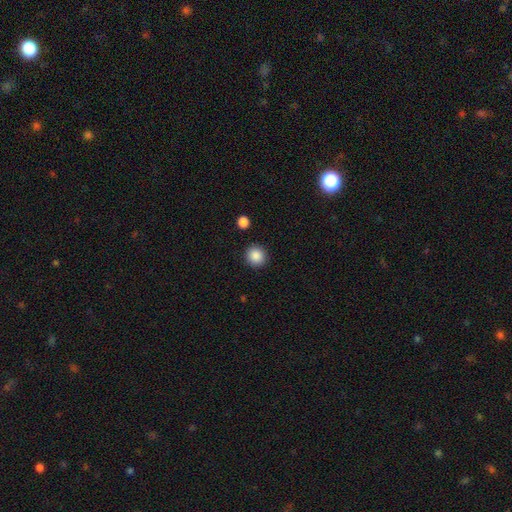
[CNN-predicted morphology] smooth-or-featured: smooth: 88% | star or artifact: 9% | featured or disk: 3%
  how-rounded: round: 88% | in between: 11% | cigar-shaped: 1%
  merging: none: 90% | minor disturbance: 6% | major disturbance: 2% | merger: 2%